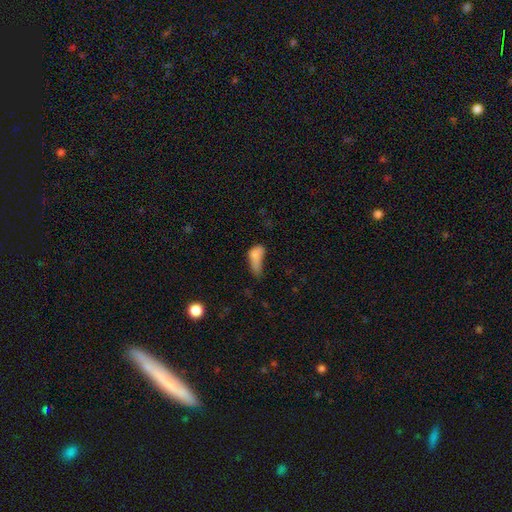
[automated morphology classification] This is likely a smooth galaxy (73%). How rounded: likely in between (79%). Merging: marginally major disturbance (43%).